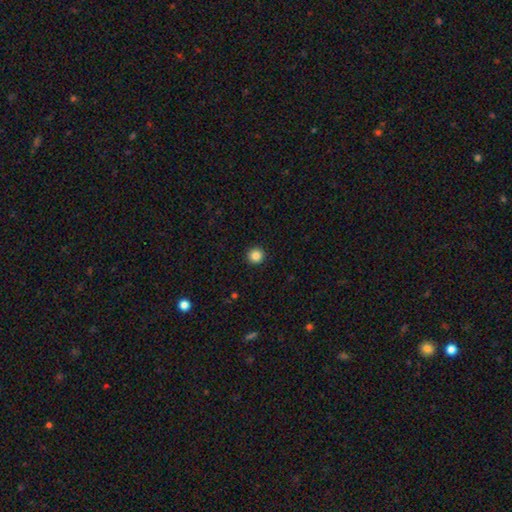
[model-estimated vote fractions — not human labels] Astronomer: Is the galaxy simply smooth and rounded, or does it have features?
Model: smooth — 85%.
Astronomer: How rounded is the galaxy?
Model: round — 96%.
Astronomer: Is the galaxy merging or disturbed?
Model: none — 93%.